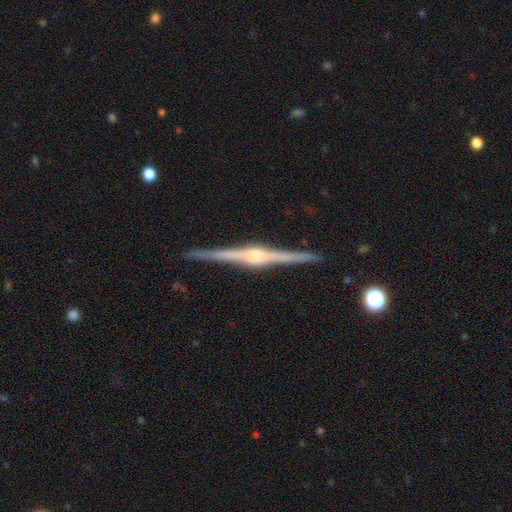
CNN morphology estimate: This is clearly a featured or disk galaxy (90%). It is clearly viewed edge-on (99%). Edge-on bulge: likely rounded (77%). Merging: clearly none (92%).